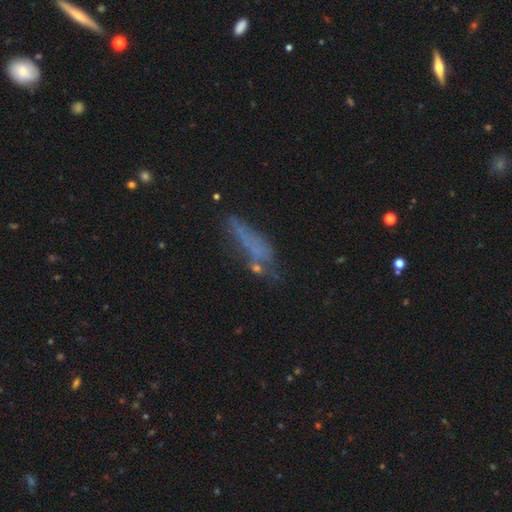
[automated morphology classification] Overall: smooth (50%; featured or disk 33%). How rounded: cigar-shaped (69%). Merging: none (47%; minor disturbance 24%).